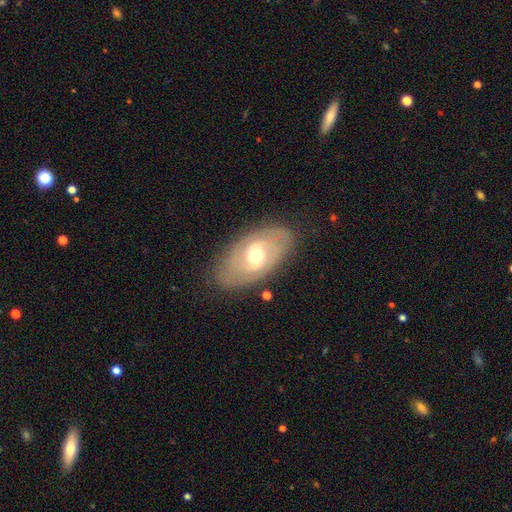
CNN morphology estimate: Q: Smooth or featured?
A: featured or disk (67%); runner-up: smooth (27%)
Q: Edge-on disk?
A: no (92%); runner-up: yes (8%)
Q: Bar?
A: no (44%); runner-up: weak (43%)
Q: Spiral arms?
A: yes (73%); runner-up: no (27%)
Q: Bulge size?
A: moderate (70%); runner-up: small (18%)
Q: Merging?
A: none (80%); runner-up: minor disturbance (14%)